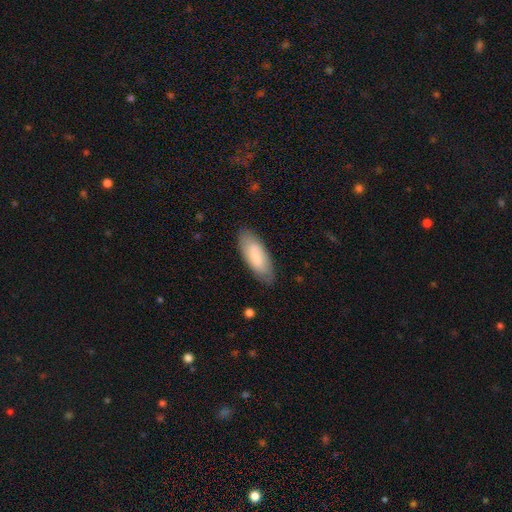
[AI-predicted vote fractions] smooth-or-featured: smooth: 76% | featured or disk: 18% | star or artifact: 5%
  how-rounded: in between: 78% | cigar-shaped: 21% | round: 1%
  merging: none: 82% | minor disturbance: 14% | major disturbance: 3% | merger: 1%